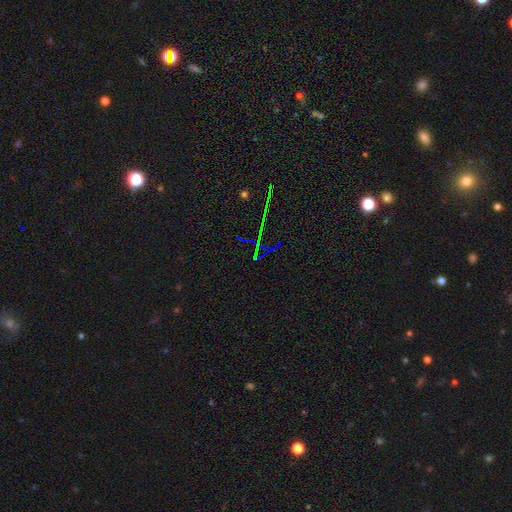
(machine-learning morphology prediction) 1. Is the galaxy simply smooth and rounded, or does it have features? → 81% star or artifact, 10% featured or disk, 9% smooth.